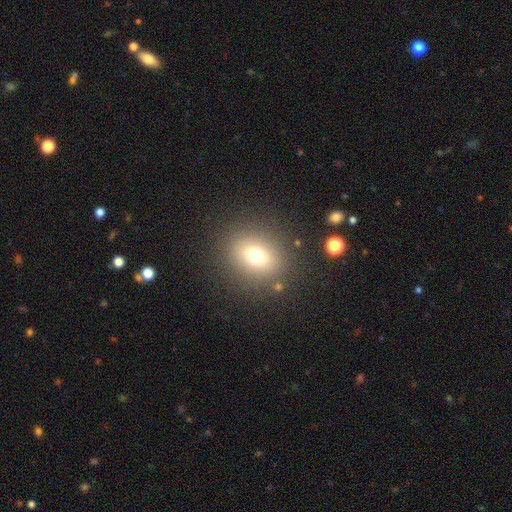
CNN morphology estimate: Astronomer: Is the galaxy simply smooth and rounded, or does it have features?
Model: smooth — 71%.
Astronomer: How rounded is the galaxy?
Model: round — 60% (runner-up: in between, 39%).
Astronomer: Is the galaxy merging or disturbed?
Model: none — 85%.